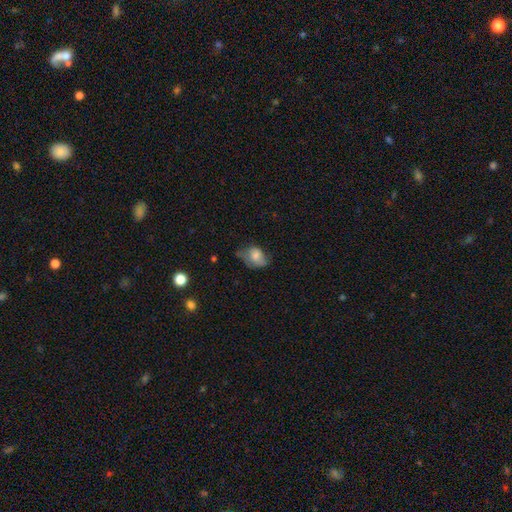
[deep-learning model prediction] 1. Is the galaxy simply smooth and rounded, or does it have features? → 69% smooth, 22% featured or disk, 9% star or artifact.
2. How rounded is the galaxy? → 72% in between, 26% round, 1% cigar-shaped.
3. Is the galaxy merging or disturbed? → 39% none (tied), 39% minor disturbance (tied), 20% major disturbance, 3% merger.